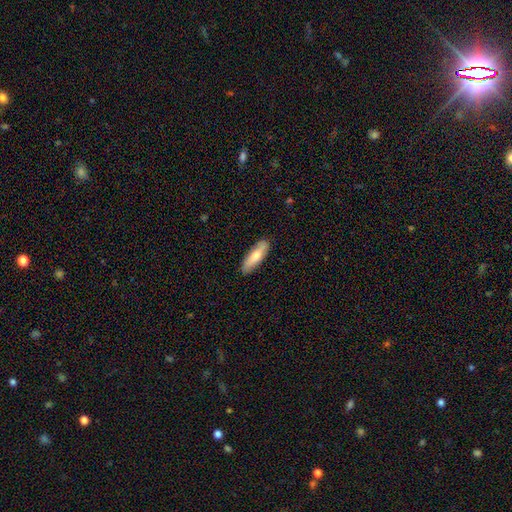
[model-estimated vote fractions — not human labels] This is likely a smooth galaxy (69%). How rounded: possibly cigar-shaped (51%). Merging: clearly none (85%).